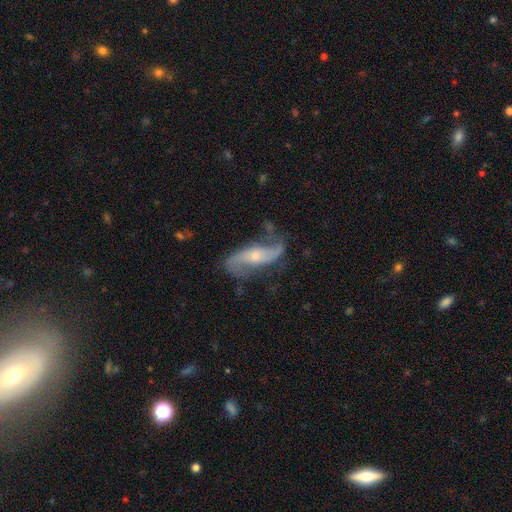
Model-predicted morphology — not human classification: smooth_or_featured: featured or disk (p=0.84) [alt: smooth p=0.10]
disk_edge_on: no (p=0.90) [alt: yes p=0.10]
bar: no (p=0.50) [alt: weak p=0.32]
has_spiral_arms: yes (p=0.94) [alt: no p=0.06]
spiral_winding: loose (p=0.72) [alt: medium p=0.20]
spiral_arm_count: 2 (p=0.90) [alt: can't tell p=0.04]
bulge_size: small (p=0.53) [alt: moderate p=0.39]
merging: none (p=0.66) [alt: minor disturbance p=0.20]